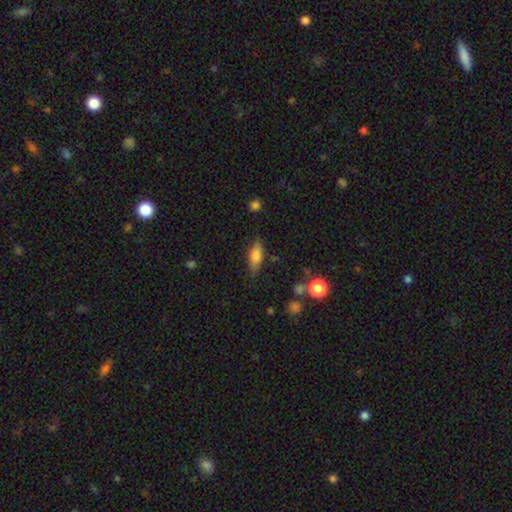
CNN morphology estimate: smooth 72%, featured or disk 21%, star or artifact 8%. Down the decision tree: how rounded — in between (67%); merging — none (78%).